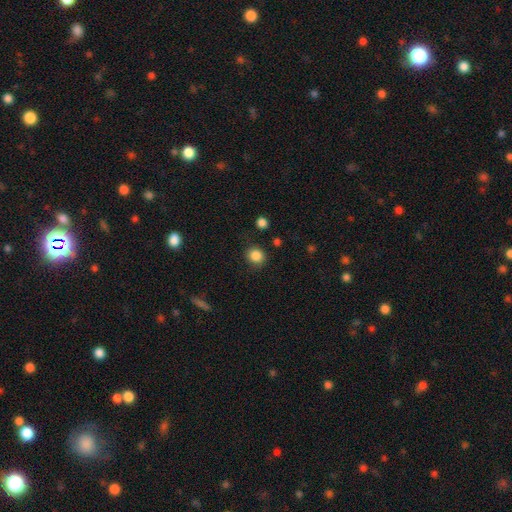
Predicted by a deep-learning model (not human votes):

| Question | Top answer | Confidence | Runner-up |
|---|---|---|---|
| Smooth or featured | smooth | 85% | star or artifact (11%) |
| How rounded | round | 84% | in between (15%) |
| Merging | none | 83% | minor disturbance (11%) |